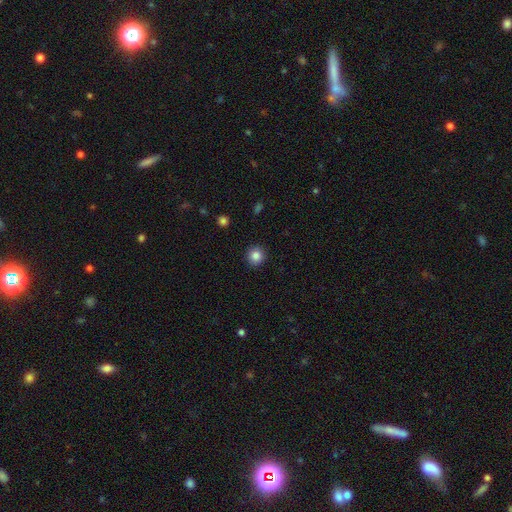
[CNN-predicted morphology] Smooth or featured: smooth — 85% (star or artifact — 10%)
How rounded: round — 91% (in between — 8%)
Merging: none — 92% (minor disturbance — 5%)